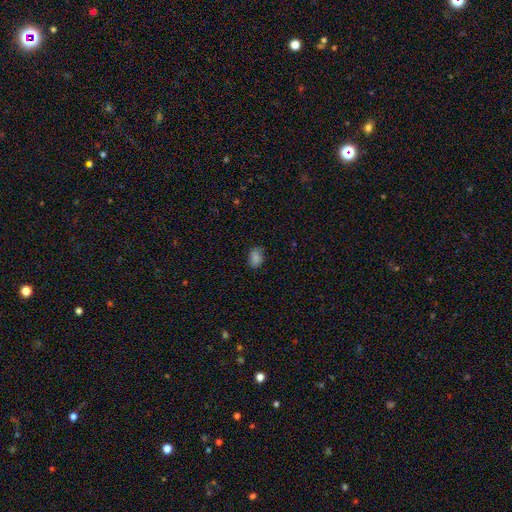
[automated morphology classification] A smooth galaxy with no disk features (77%) that is in between round and cigar-shaped (71%). Merging: none (82%).